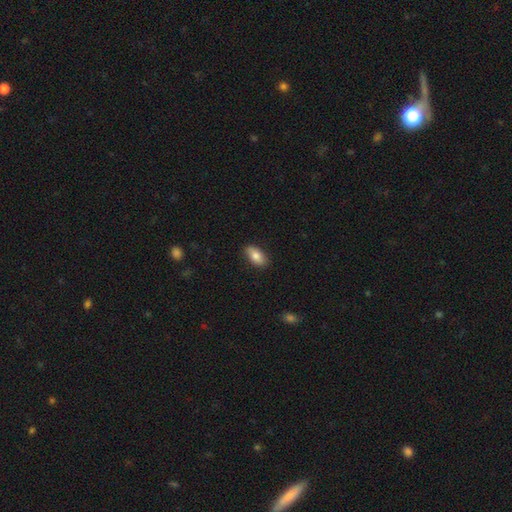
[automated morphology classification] The model was most divided on "smooth or featured": smooth: 82%, featured or disk: 11%, star or artifact: 7%. More confident: how rounded — in between (90%); merging — none (84%).